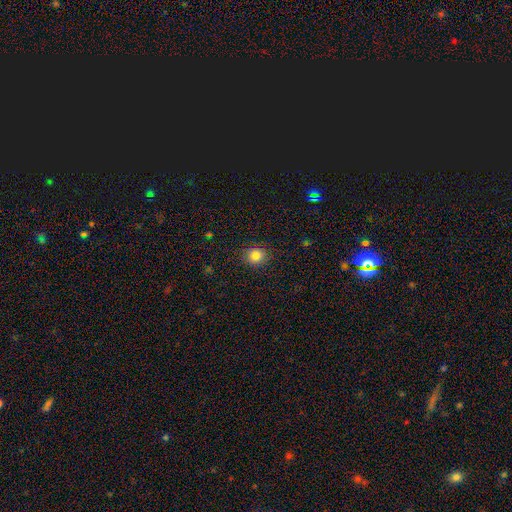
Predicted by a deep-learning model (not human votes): This appears to be a smooth galaxy with no disk features (83%) that is round (83%). Merging: none (88%).